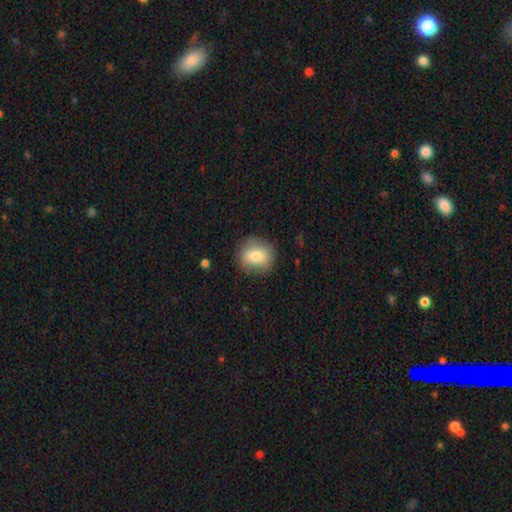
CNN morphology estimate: This appears to be a smooth galaxy with no disk features (76%) that is round (68%). Merging: none (81%).